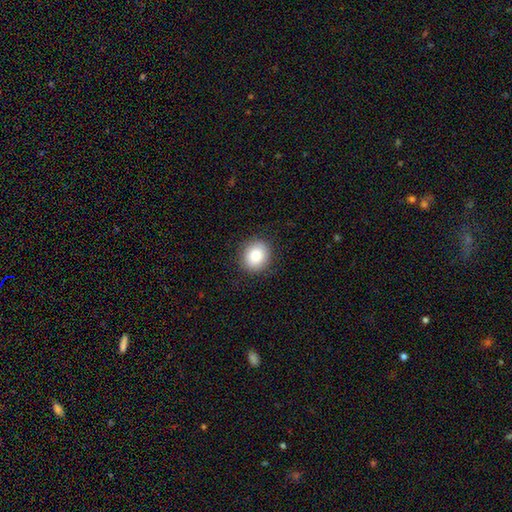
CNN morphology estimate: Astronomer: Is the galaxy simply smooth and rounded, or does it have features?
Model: smooth — 86%.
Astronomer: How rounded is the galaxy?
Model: round — 77%.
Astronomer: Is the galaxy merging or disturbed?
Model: none — 89%.